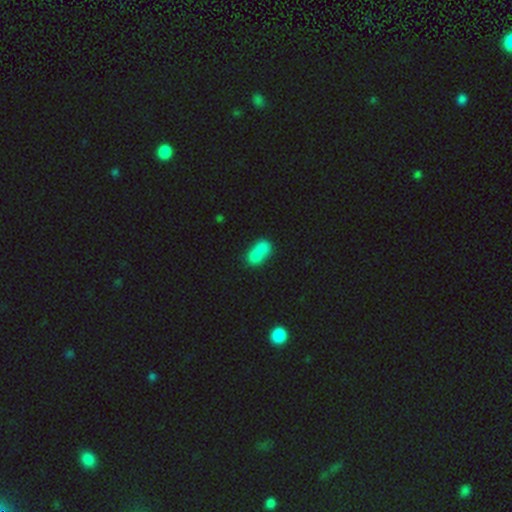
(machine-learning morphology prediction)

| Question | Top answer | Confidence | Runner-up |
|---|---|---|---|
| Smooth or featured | smooth | 73% | featured or disk (15%) |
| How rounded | in between | 72% | round (23%) |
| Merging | merger | 56% | none (25%) |